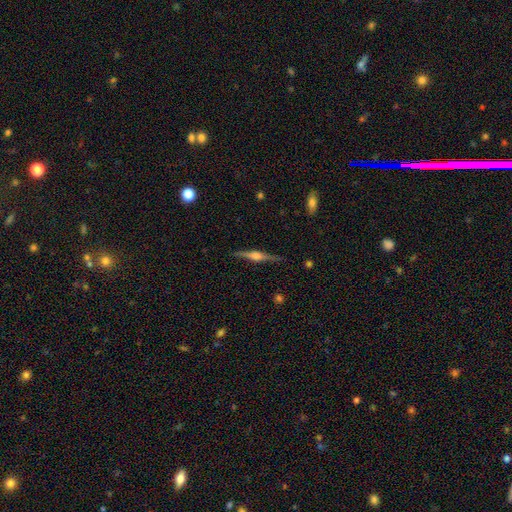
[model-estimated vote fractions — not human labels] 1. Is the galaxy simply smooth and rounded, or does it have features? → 83% featured or disk, 11% smooth, 6% star or artifact.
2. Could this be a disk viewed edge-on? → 98% yes, 2% no.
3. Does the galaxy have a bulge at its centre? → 87% rounded, 11% boxy, 3% none.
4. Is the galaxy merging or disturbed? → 90% none, 7% minor disturbance, 2% major disturbance, 1% merger.